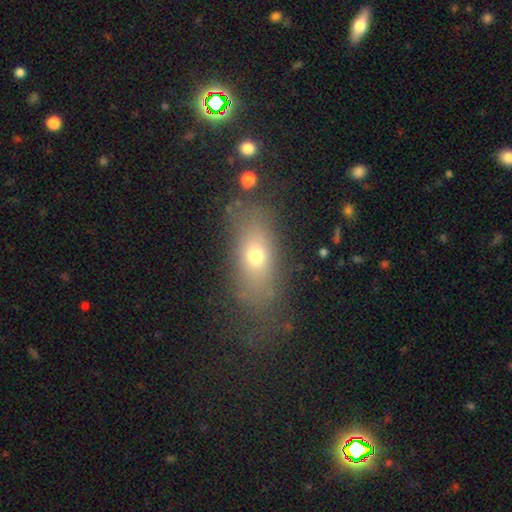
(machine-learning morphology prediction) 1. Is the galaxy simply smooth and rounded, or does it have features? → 66% smooth, 21% featured or disk, 13% star or artifact.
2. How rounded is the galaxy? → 72% in between, 17% cigar-shaped, 11% round.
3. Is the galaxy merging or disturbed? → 67% none, 18% minor disturbance, 12% major disturbance, 3% merger.